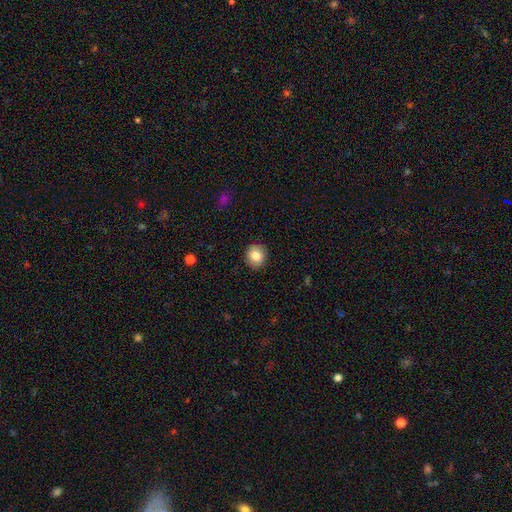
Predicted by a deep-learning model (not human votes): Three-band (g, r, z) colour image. It shows a smooth galaxy with no disk features (84%) that is round (76%). Merging: none (89%).